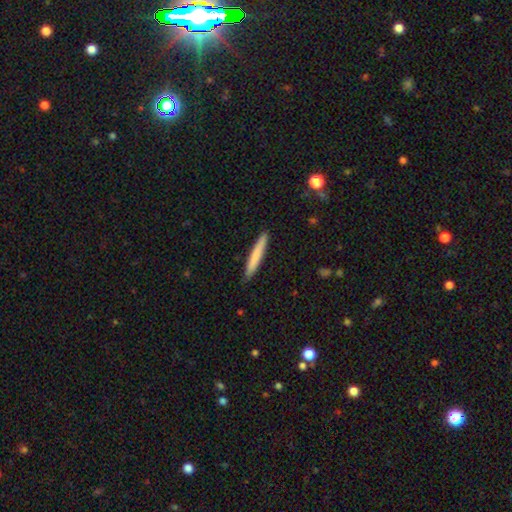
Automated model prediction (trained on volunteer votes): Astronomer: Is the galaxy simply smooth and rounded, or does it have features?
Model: smooth — 76%.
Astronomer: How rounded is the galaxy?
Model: cigar-shaped — 95%.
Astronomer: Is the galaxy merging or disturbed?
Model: none — 89%.